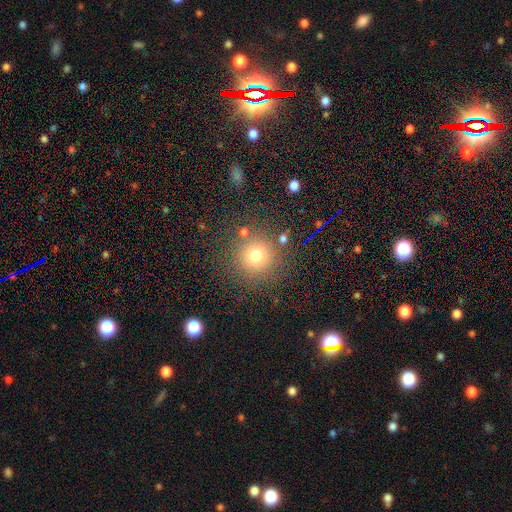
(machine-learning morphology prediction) smooth_or_featured: smooth (p=0.74) [alt: star or artifact p=0.17]
how_rounded: round (p=0.94) [alt: in between p=0.05]
merging: none (p=0.83) [alt: minor disturbance p=0.08]